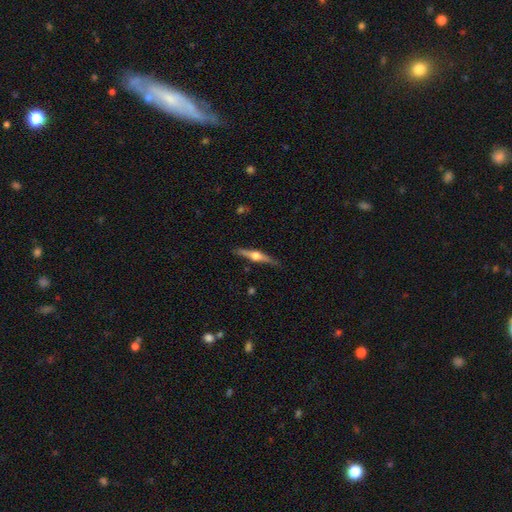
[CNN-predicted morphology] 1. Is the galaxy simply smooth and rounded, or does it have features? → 71% featured or disk, 24% smooth, 5% star or artifact.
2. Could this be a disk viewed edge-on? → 97% yes, 3% no.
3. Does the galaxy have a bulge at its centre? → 94% rounded, 3% boxy, 2% none.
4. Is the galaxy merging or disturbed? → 85% none, 11% minor disturbance, 2% major disturbance, 2% merger.